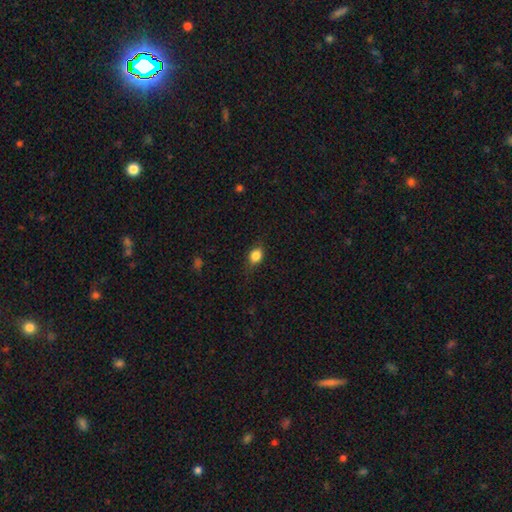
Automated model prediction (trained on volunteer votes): Q: Smooth or featured?
A: smooth (81%); runner-up: star or artifact (10%)
Q: How rounded?
A: in between (51%); runner-up: round (46%)
Q: Merging?
A: none (73%); runner-up: minor disturbance (20%)